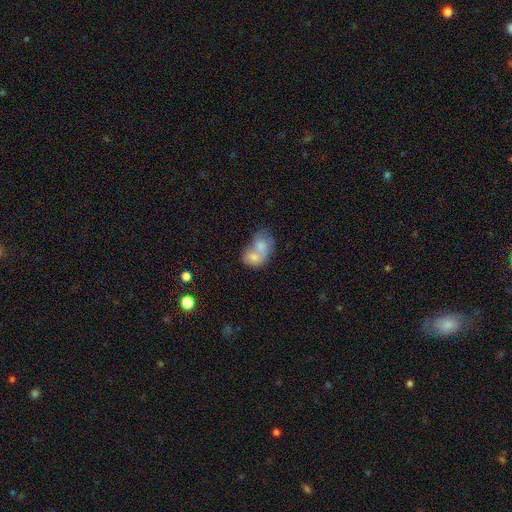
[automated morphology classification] smooth 69%, featured or disk 23%, star or artifact 7%. Down the decision tree: how rounded — in between (64%); merging — merger (76%).